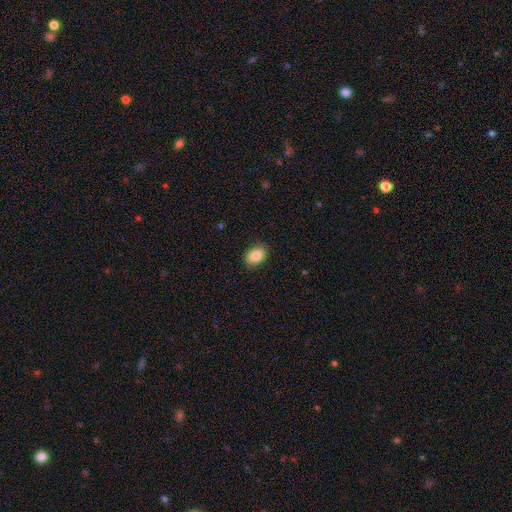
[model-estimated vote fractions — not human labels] A smooth galaxy with no disk features (85%) that is in between round and cigar-shaped (80%). Merging: none (87%).